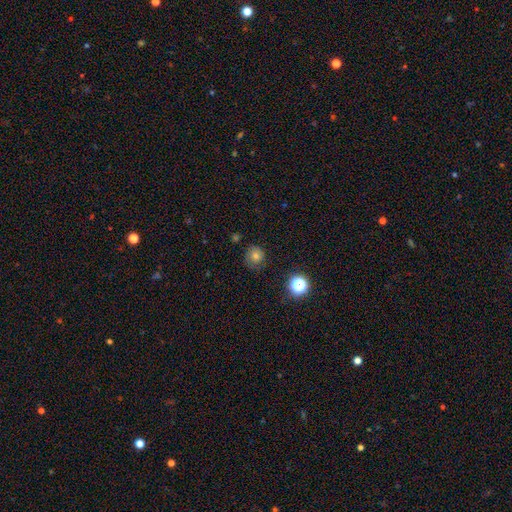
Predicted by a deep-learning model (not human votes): Smooth or featured: smooth — 67% (star or artifact — 17%)
How rounded: round — 90% (in between — 9%)
Merging: none — 75% (minor disturbance — 17%)